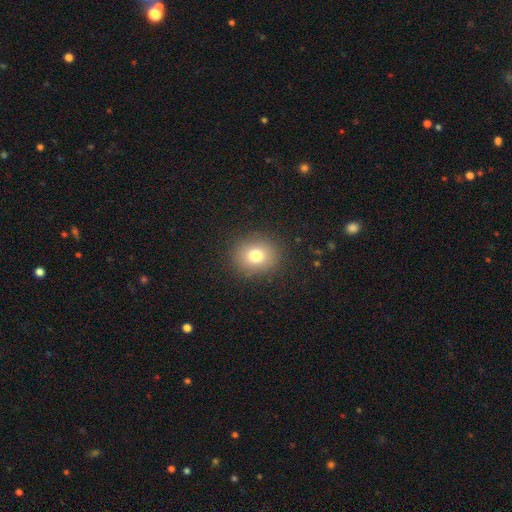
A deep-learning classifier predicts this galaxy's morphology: Smooth or featured: smooth — 77% (star or artifact — 13%)
How rounded: round — 78% (in between — 21%)
Merging: none — 89% (minor disturbance — 7%)